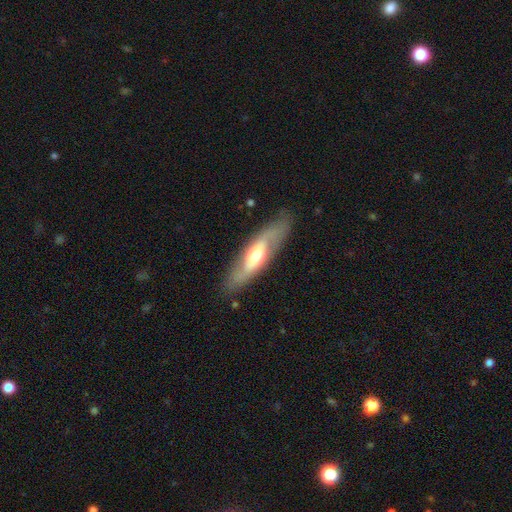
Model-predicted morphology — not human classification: This is likely a featured or disk galaxy (61%). It is likely not viewed edge-on (66%). Merging: clearly none (82%).